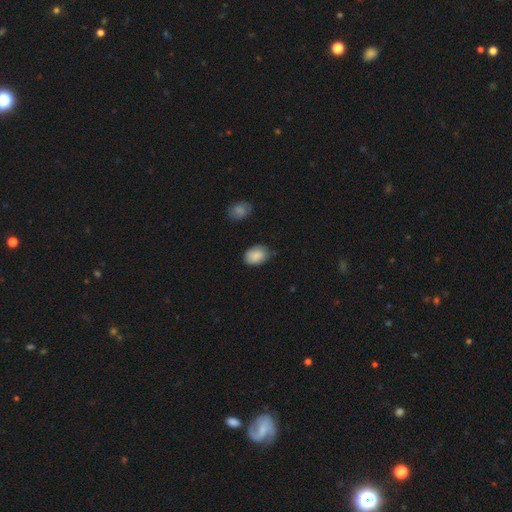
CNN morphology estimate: A smooth galaxy with no disk features (87%) that is in between round and cigar-shaped (82%).

Vote fractions:
- Smooth or featured? smooth: 87% / star or artifact: 7% / featured or disk: 6%
- How rounded? in between: 82% / round: 17% / cigar-shaped: 1%
- Merging? none: 72% / minor disturbance: 22% / major disturbance: 4% / merger: 2%